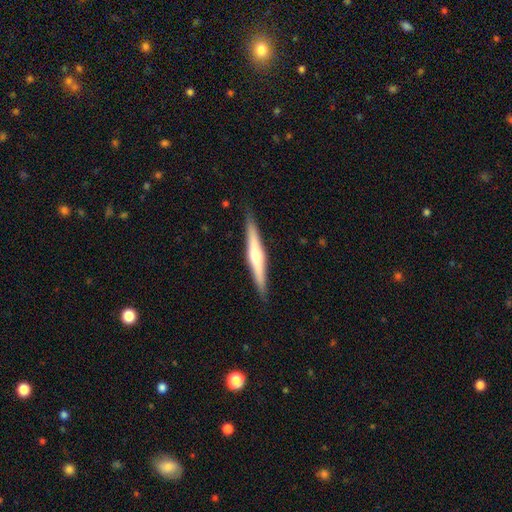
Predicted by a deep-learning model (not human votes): Overall: featured or disk (63%; smooth 31%). Edge-on disk: yes (97%). Edge-on bulge: rounded (82%). Merging: none (89%).